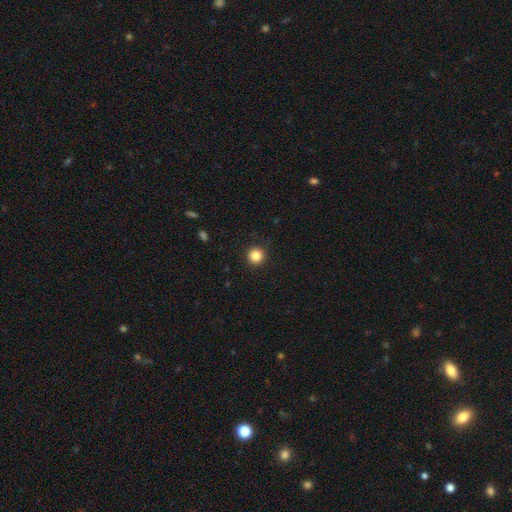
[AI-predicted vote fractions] This is clearly a smooth galaxy (85%). How rounded: clearly round (95%). Merging: clearly none (93%).